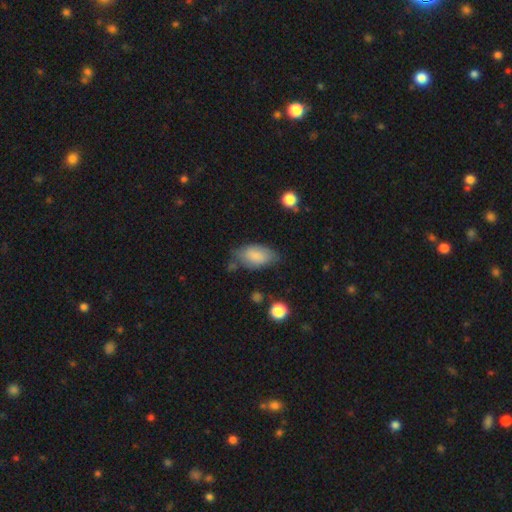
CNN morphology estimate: type=smooth (81%); roundness=in between (93%); merging=none (62%).